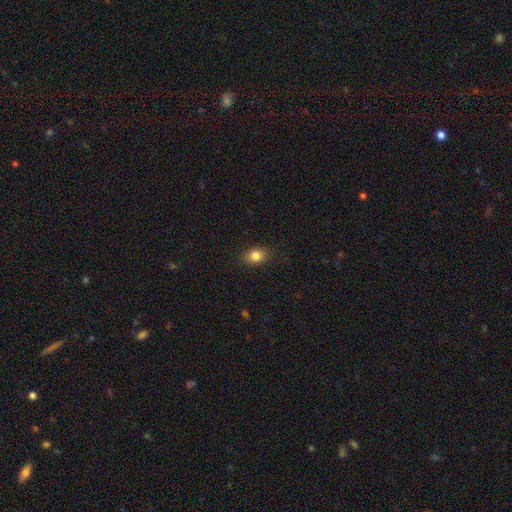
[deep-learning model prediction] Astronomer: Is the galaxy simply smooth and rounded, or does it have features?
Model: smooth — 84%.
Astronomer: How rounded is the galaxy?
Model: in between — 64%.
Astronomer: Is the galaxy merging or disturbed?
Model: none — 87%.